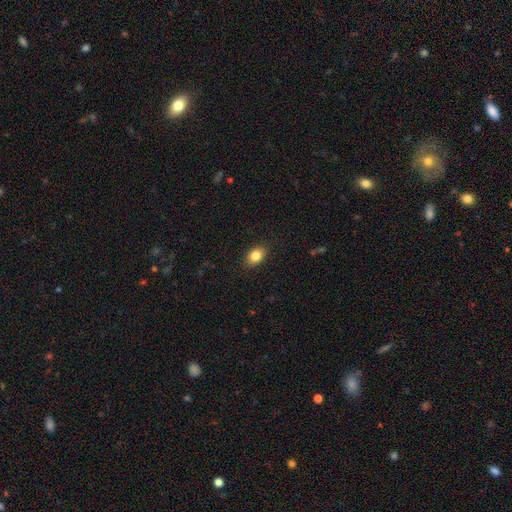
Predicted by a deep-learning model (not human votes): Smooth or featured: smooth — 84% (star or artifact — 9%)
How rounded: in between — 77% (round — 22%)
Merging: none — 88% (minor disturbance — 9%)